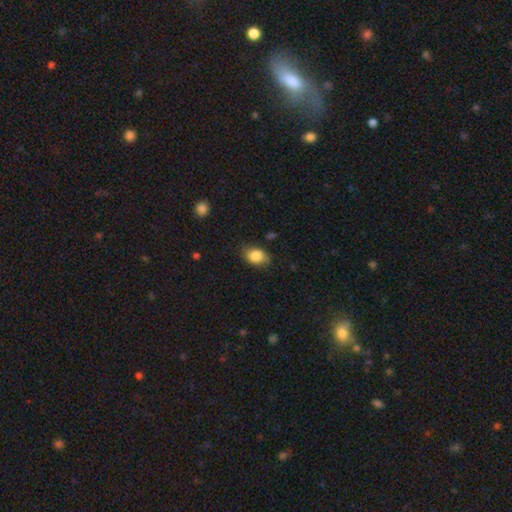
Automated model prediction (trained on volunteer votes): Q: Smooth or featured?
A: smooth (85%); runner-up: star or artifact (8%)
Q: How rounded?
A: in between (77%); runner-up: round (22%)
Q: Merging?
A: none (73%); runner-up: minor disturbance (22%)